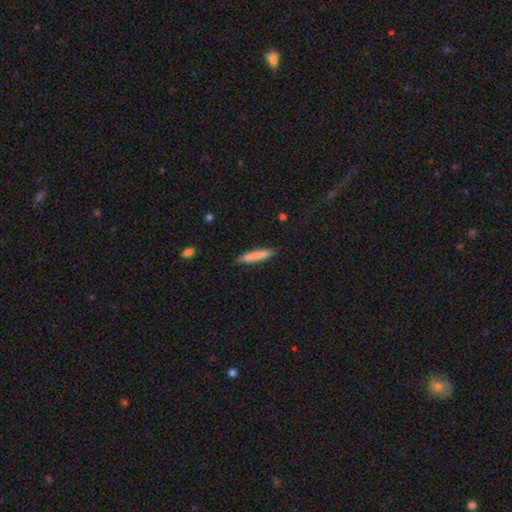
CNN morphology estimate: smooth 81%, featured or disk 13%, star or artifact 6%. Down the decision tree: how rounded — cigar-shaped (88%); merging — none (85%).